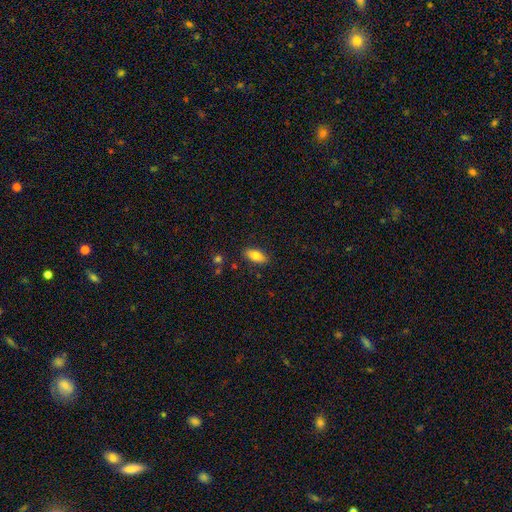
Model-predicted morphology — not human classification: Smooth or featured? smooth (76%)
How rounded? in between (83%)
Merging? none (86%)